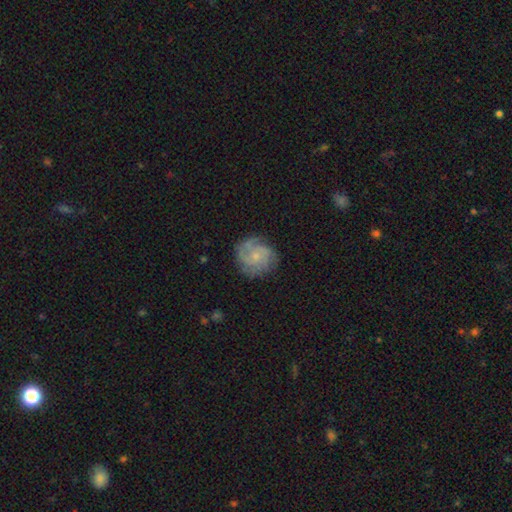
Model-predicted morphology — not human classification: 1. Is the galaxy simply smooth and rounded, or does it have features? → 76% featured or disk, 18% smooth, 6% star or artifact.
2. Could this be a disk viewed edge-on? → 98% no, 2% yes.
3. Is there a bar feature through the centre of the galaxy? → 74% no, 23% weak, 3% strong.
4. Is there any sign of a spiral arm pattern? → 95% yes, 5% no.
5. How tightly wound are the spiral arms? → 52% tight, 38% medium, 10% loose.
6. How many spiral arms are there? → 35% 3, 25% 2, 21% can't tell, 9% 4, 6% 1, 5% more than 4.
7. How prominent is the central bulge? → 68% small, 22% moderate, 7% none, 1% large, 1% dominant.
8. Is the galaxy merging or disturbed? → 77% none, 16% minor disturbance, 6% major disturbance, 1% merger.